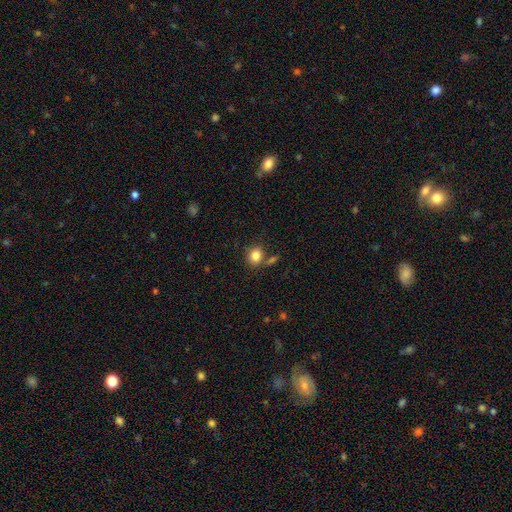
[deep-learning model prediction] Smooth or featured?
  - smooth: 84% *
  - star or artifact: 10%
  - featured or disk: 6%
How rounded?
  - round: 58% *
  - in between: 41%
  - cigar-shaped: 1%
Merging?
  - none: 70% *
  - merger: 13%
  - minor disturbance: 13%
  - major disturbance: 4%